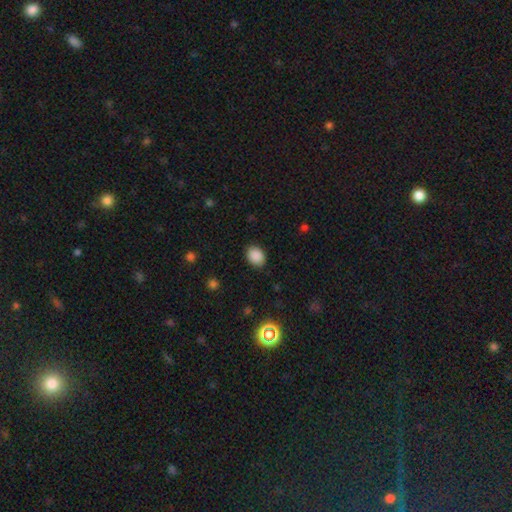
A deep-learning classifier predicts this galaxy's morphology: Q: Smooth or featured?
A: smooth (88%); runner-up: star or artifact (9%)
Q: How rounded?
A: in between (66%); runner-up: round (34%)
Q: Merging?
A: none (87%); runner-up: minor disturbance (10%)